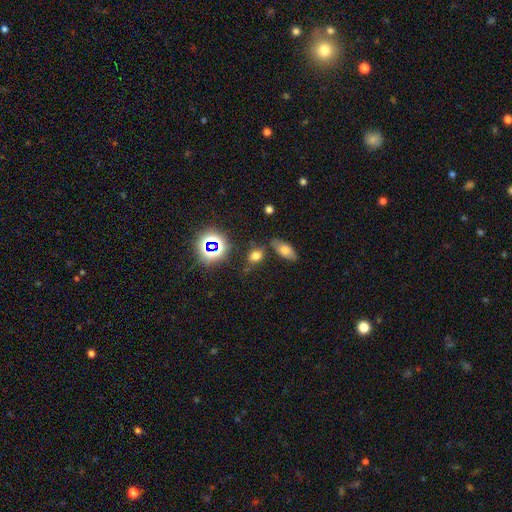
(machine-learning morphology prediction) A smooth galaxy with no disk features (65%) that is in between round and cigar-shaped (66%).

Vote fractions:
- Smooth or featured? smooth: 65% / star or artifact: 26% / featured or disk: 9%
- How rounded? in between: 66% / round: 31% / cigar-shaped: 4%
- Merging? none: 73% / minor disturbance: 14% / merger: 9% / major disturbance: 5%